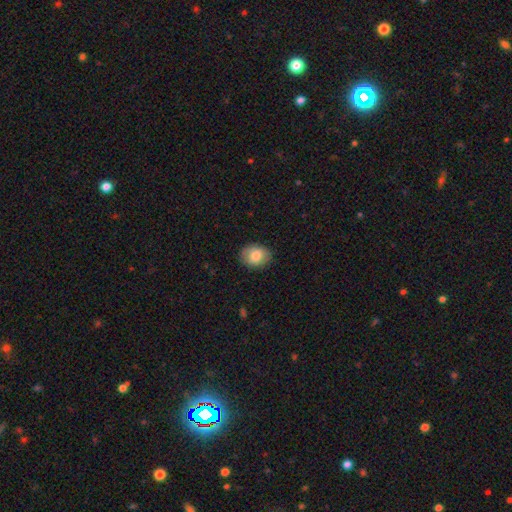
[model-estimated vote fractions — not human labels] This appears to be a smooth galaxy with no disk features (80%) that is in between round and cigar-shaped (60%). Merging: none (84%).